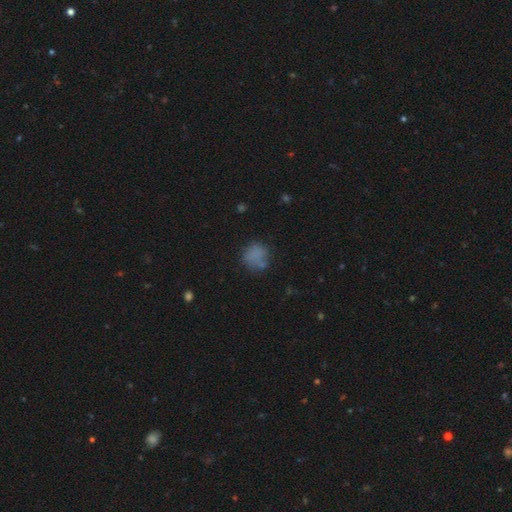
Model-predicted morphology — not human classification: This is likely a smooth galaxy (73%). How rounded: likely round (80%). Merging: possibly none (58%).